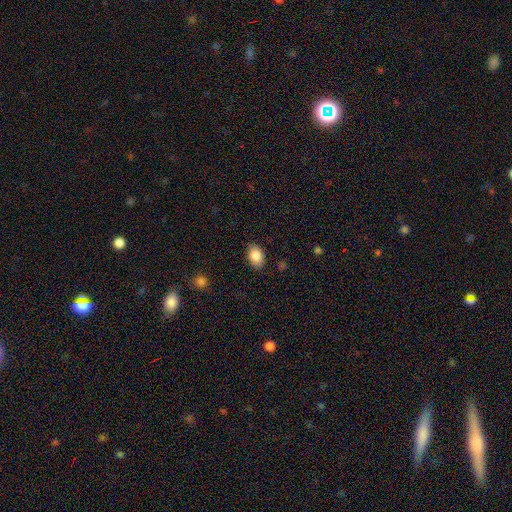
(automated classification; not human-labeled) This appears to be a smooth galaxy with no disk features (87%) that is in between round and cigar-shaped (84%). Merging: none (85%).